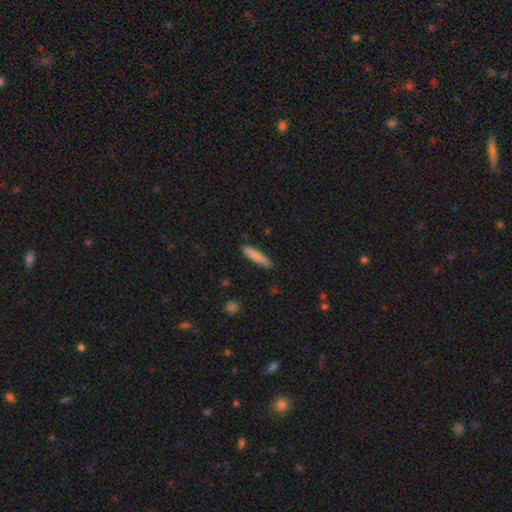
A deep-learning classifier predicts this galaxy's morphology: A smooth galaxy with no disk features (82%) that is cigar-shaped (82%). Merging: none (84%).